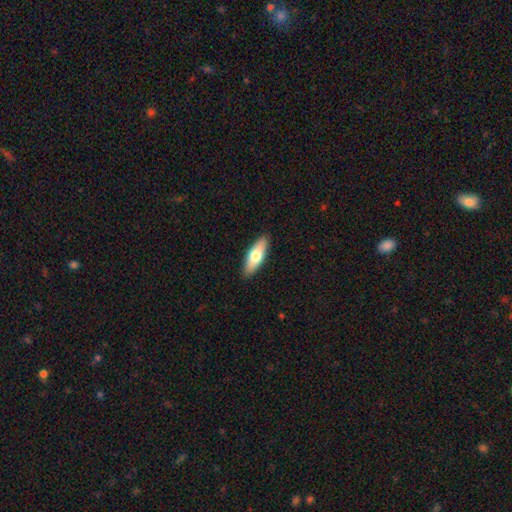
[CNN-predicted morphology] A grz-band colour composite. It shows a smooth galaxy with no disk features (65%) that is in between round and cigar-shaped (60%). Merging: none (90%).